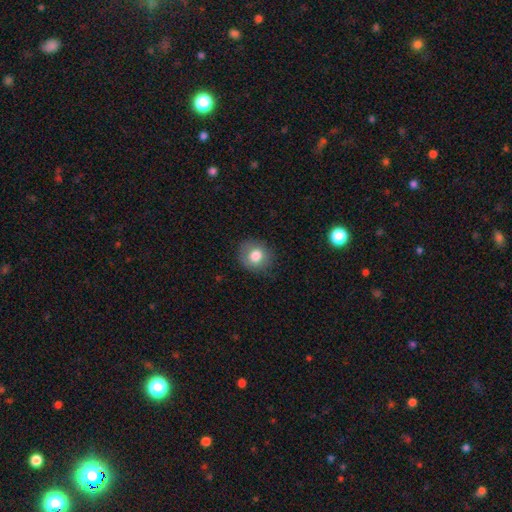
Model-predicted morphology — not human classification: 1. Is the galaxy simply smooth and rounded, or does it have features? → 79% smooth, 12% featured or disk, 9% star or artifact.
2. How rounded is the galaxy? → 81% round, 18% in between, 1% cigar-shaped.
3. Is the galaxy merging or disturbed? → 78% none, 16% minor disturbance, 5% major disturbance, 1% merger.